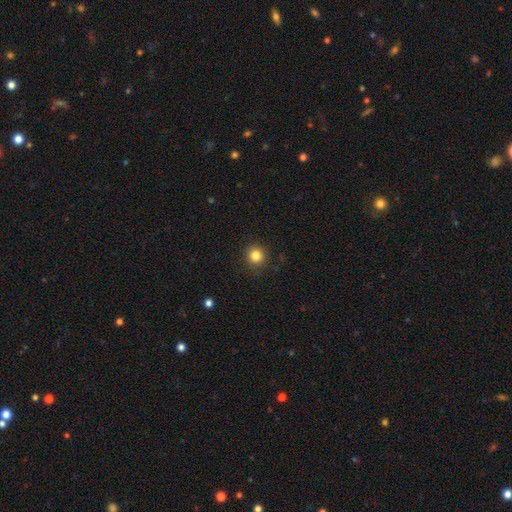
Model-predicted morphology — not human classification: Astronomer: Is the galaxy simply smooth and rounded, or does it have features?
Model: smooth — 84%.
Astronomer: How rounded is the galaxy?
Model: round — 92%.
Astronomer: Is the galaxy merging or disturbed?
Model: none — 90%.